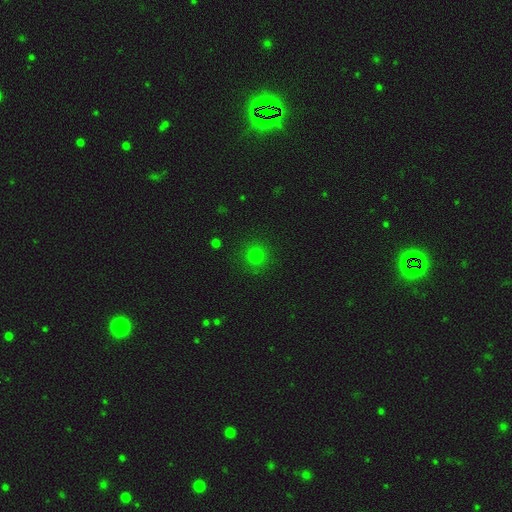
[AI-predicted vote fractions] smooth_or_featured: smooth (p=0.77) [alt: star or artifact p=0.18]
how_rounded: round (p=0.93) [alt: in between p=0.06]
merging: none (p=0.89) [alt: minor disturbance p=0.07]